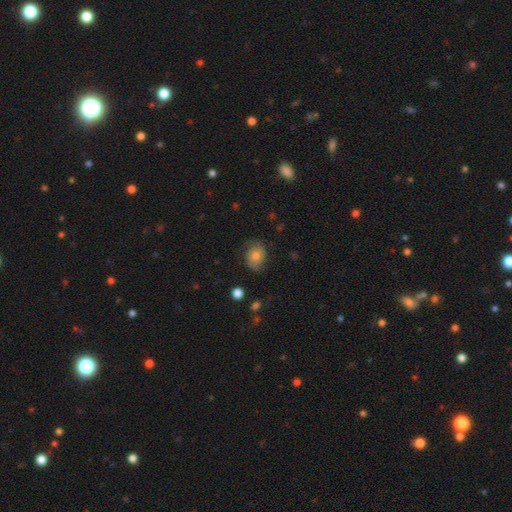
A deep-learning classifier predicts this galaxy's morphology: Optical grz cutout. It shows a smooth galaxy with no disk features (51%) that is in between round and cigar-shaped (52%). Merging: none (67%).